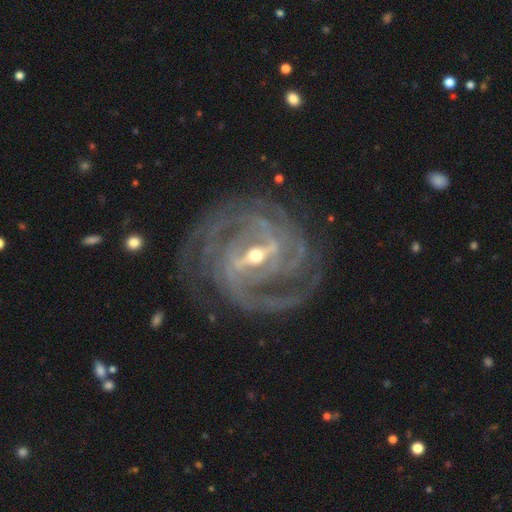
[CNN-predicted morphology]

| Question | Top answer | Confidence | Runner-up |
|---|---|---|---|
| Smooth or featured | featured or disk | 93% | star or artifact (4%) |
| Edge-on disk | no | 96% | yes (4%) |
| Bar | strong | 67% | weak (26%) |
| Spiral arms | yes | 98% | no (2%) |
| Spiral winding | tight | 64% | medium (30%) |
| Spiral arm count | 2 | 26% | 3 (24%) |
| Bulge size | moderate | 53% | small (43%) |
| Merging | none | 76% | minor disturbance (14%) |